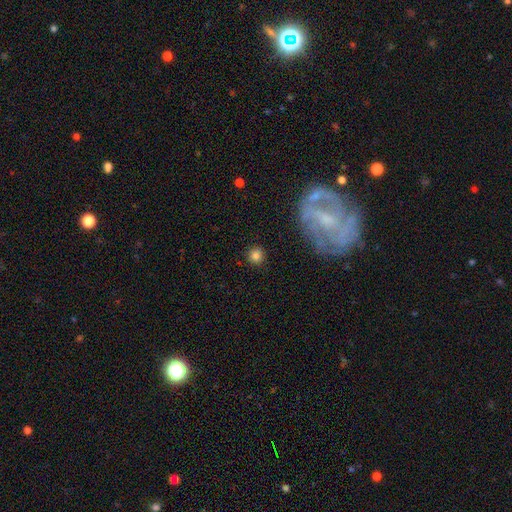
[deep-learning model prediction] Smooth or featured? Predicted: smooth (p=0.81). How rounded? Predicted: round (p=0.93). Merging? Predicted: none (p=0.90).